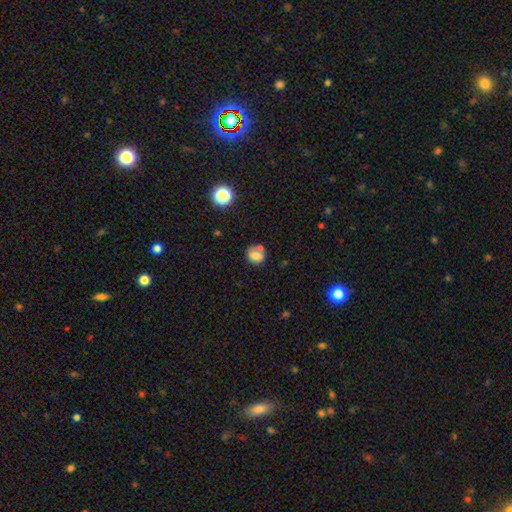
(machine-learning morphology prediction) smooth 72%, featured or disk 16%, star or artifact 12%. Down the decision tree: how rounded — round (70%); merging — none (46%).